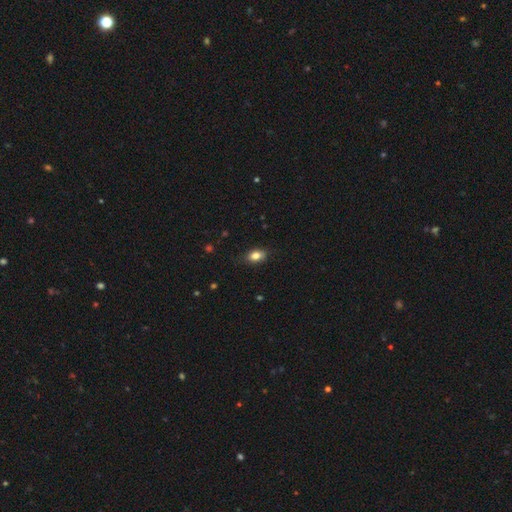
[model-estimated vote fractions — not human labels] Smooth or featured? Predicted: smooth (p=0.83). How rounded? Predicted: in between (p=0.81). Merging? Predicted: none (p=0.81).